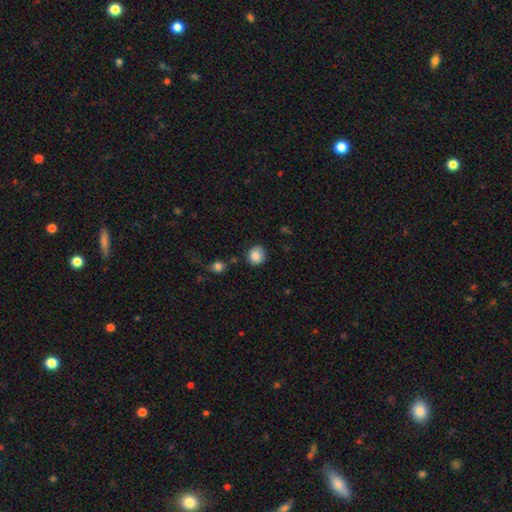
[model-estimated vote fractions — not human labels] Q: Smooth or featured?
A: smooth (85%); runner-up: star or artifact (9%)
Q: How rounded?
A: round (82%); runner-up: in between (17%)
Q: Merging?
A: none (77%); runner-up: minor disturbance (16%)